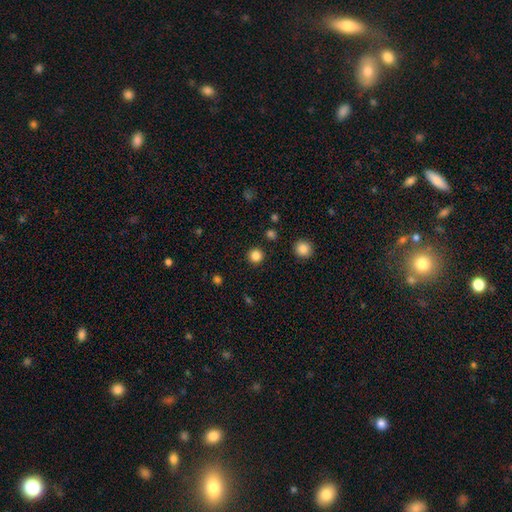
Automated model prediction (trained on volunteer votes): Smooth or featured: smooth — 83% (star or artifact — 13%)
How rounded: round — 96% (in between — 4%)
Merging: none — 92% (minor disturbance — 5%)